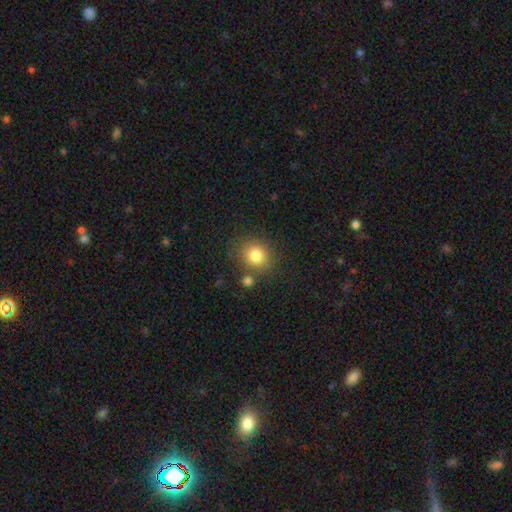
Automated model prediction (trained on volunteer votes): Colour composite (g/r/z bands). It shows a smooth galaxy with no disk features (82%) that is round (78%). Merging: none (76%).